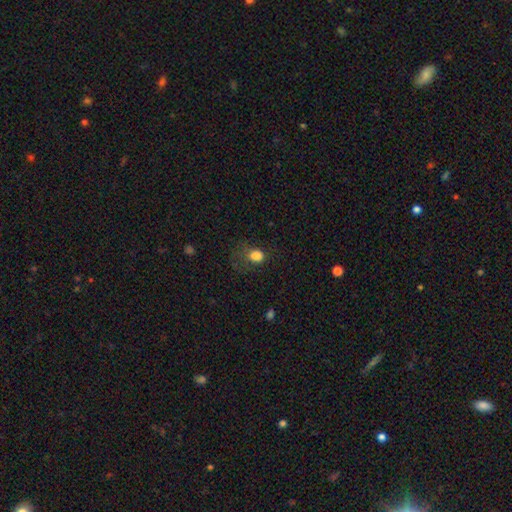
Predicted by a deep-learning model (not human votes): Morphology: type=smooth (80%); roundness=in between (59%); merging=none (38%).